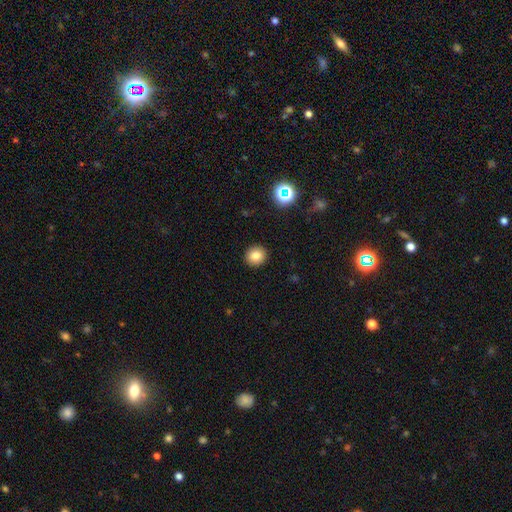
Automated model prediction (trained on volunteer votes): smooth 82%, star or artifact 12%, featured or disk 7%. Down the decision tree: how rounded — round (89%); merging — none (92%).